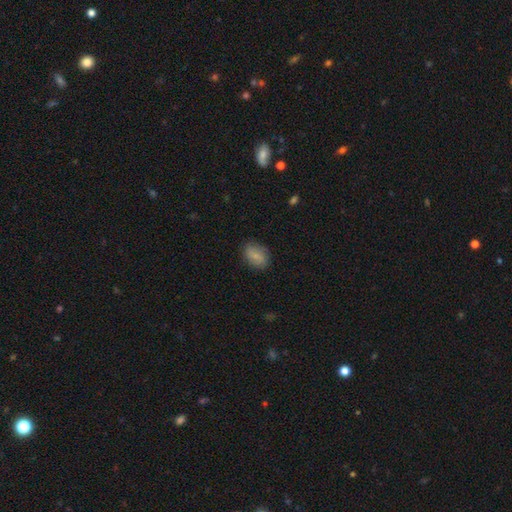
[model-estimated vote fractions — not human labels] A smooth galaxy with no disk features (77%) that is in between round and cigar-shaped (77%).

Vote fractions:
- Smooth or featured? smooth: 77% / featured or disk: 16% / star or artifact: 8%
- How rounded? in between: 77% / round: 22% / cigar-shaped: 1%
- Merging? none: 77% / minor disturbance: 17% / major disturbance: 4% / merger: 1%